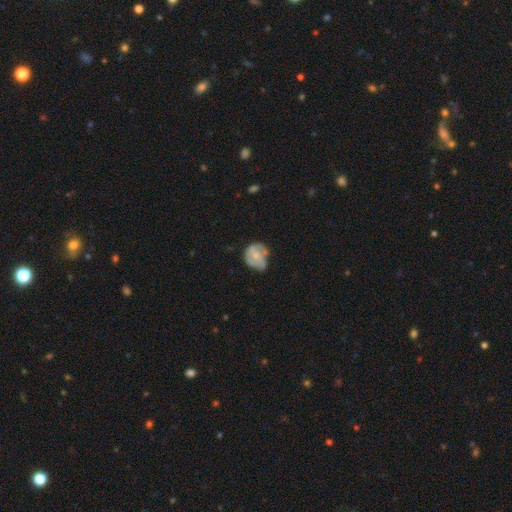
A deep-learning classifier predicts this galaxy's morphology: This appears to be a featured or disk galaxy (48%). Merging: none (44%).